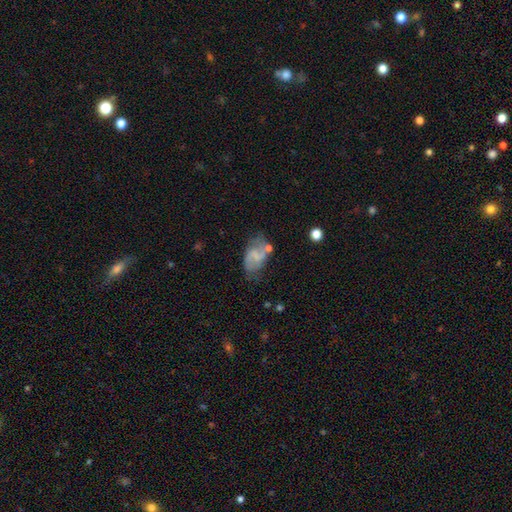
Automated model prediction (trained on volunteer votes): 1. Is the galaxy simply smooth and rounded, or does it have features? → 57% featured or disk, 34% smooth, 9% star or artifact.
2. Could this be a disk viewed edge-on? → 97% no, 3% yes.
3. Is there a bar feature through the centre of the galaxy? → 46% weak, 36% no, 18% strong.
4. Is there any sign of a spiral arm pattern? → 78% yes, 22% no.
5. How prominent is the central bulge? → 50% none, 33% small, 13% moderate, 3% large, 1% dominant.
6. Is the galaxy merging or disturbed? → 49% none, 26% minor disturbance, 15% major disturbance, 10% merger.